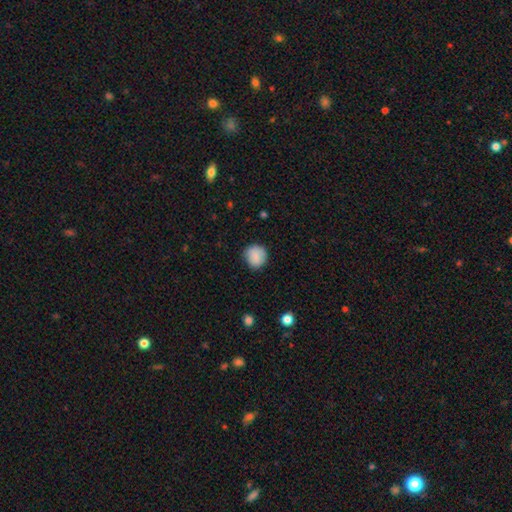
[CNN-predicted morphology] type=smooth (87%); roundness=round (88%); merging=none (82%).